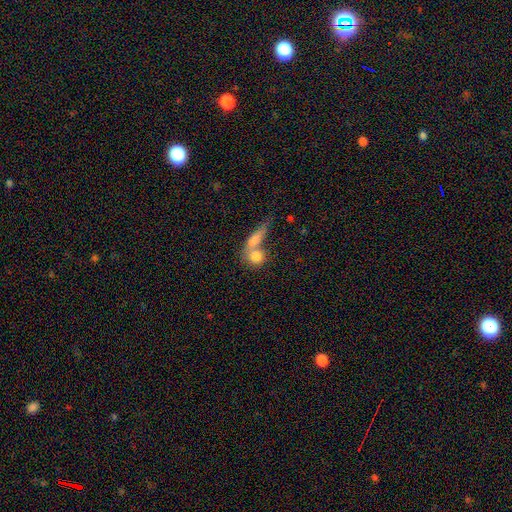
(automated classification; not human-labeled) Smooth or featured? smooth (79%)
How rounded? round (66%)
Merging? merger (53%)